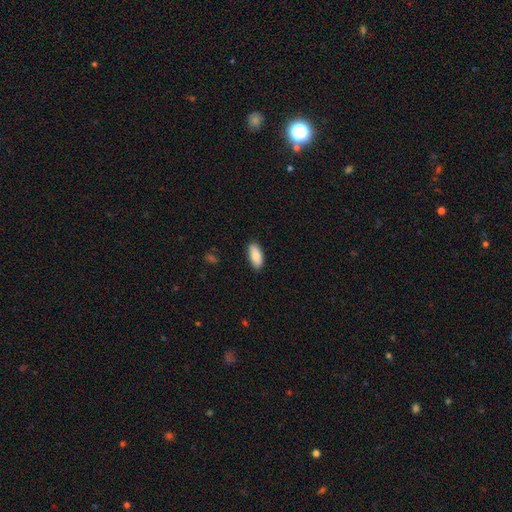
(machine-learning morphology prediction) A smooth galaxy with no disk features (85%) that is in between round and cigar-shaped (87%).

Vote fractions:
- Smooth or featured? smooth: 85% / featured or disk: 9% / star or artifact: 6%
- How rounded? in between: 87% / cigar-shaped: 11% / round: 2%
- Merging? none: 88% / minor disturbance: 9% / major disturbance: 2% / merger: 1%